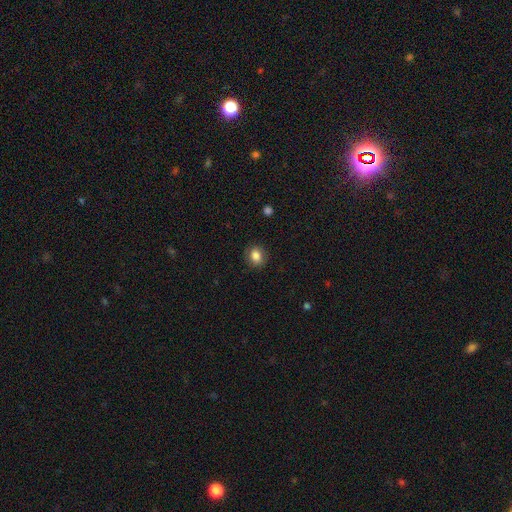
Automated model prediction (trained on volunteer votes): Smooth or featured? Predicted: smooth (p=0.84). How rounded? Predicted: round (p=0.64). Merging? Predicted: none (p=0.87).